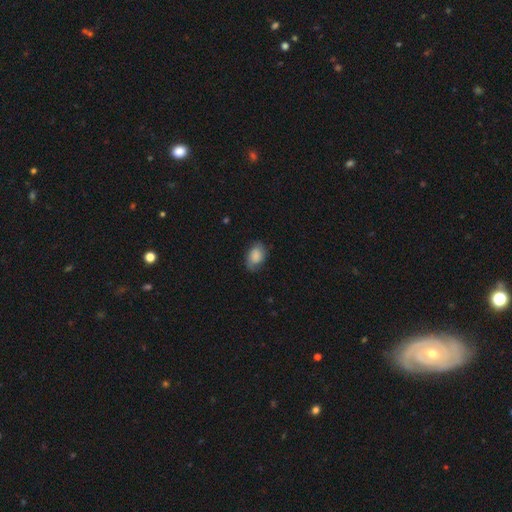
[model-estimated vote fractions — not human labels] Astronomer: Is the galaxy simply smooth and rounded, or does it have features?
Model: smooth — 73%.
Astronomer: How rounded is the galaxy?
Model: in between — 83%.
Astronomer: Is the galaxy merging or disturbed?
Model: none — 68%.